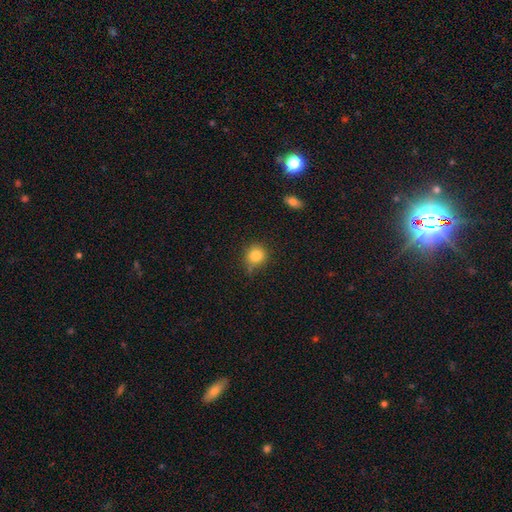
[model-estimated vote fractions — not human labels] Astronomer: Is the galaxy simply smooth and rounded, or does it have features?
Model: smooth — 82%.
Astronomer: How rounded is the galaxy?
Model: round — 87%.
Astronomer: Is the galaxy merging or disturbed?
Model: none — 71%.